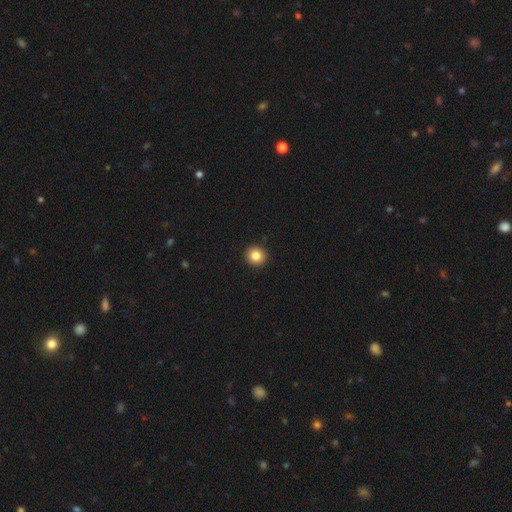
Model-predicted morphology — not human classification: smooth_or_featured: smooth (p=0.83) [alt: star or artifact p=0.10]
how_rounded: round (p=0.92) [alt: in between p=0.07]
merging: none (p=0.93) [alt: minor disturbance p=0.04]